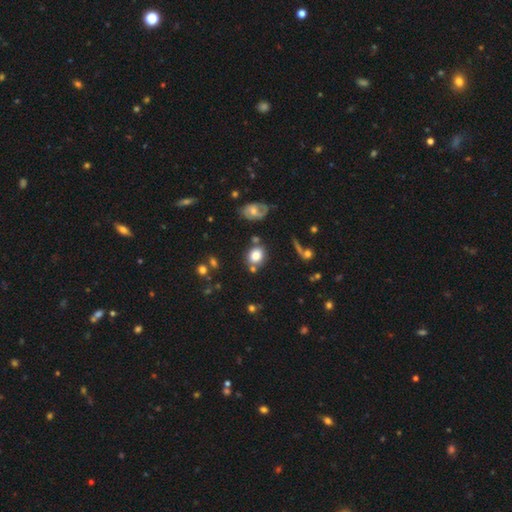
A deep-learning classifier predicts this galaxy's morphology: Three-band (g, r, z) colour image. It shows a smooth galaxy with no disk features (79%) that is round (57%). Merging: none (69%).